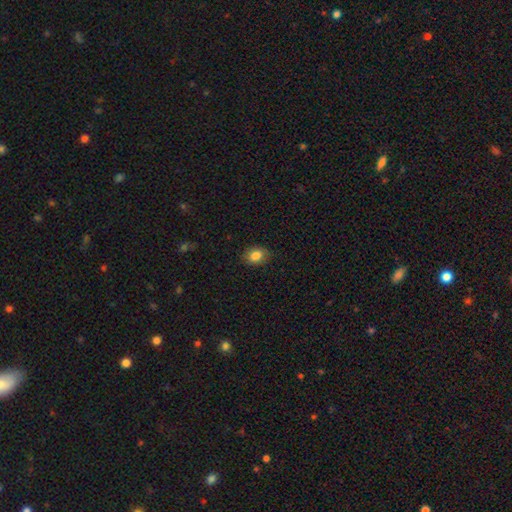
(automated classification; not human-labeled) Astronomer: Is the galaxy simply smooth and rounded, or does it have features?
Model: smooth — 83%.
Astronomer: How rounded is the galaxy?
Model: in between — 60% (runner-up: round, 39%).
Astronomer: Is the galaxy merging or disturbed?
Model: none — 84%.